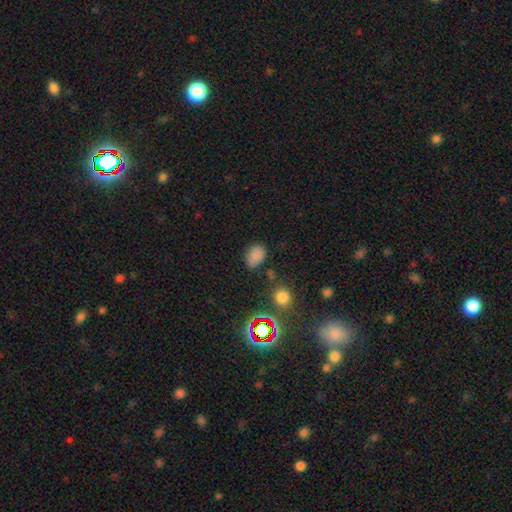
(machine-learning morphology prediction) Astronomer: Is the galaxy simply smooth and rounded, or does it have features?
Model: smooth — 78%.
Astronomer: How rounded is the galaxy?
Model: in between — 77%.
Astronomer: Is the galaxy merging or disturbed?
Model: none — 71%.